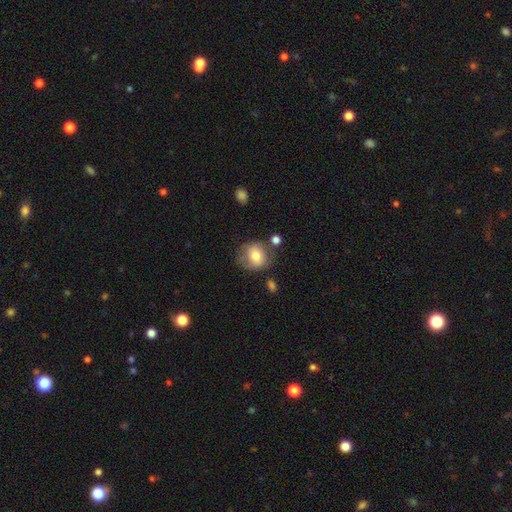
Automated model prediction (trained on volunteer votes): Smooth or featured? Predicted: smooth (p=0.70). How rounded? Predicted: round (p=0.73). Merging? Predicted: none (p=0.62).